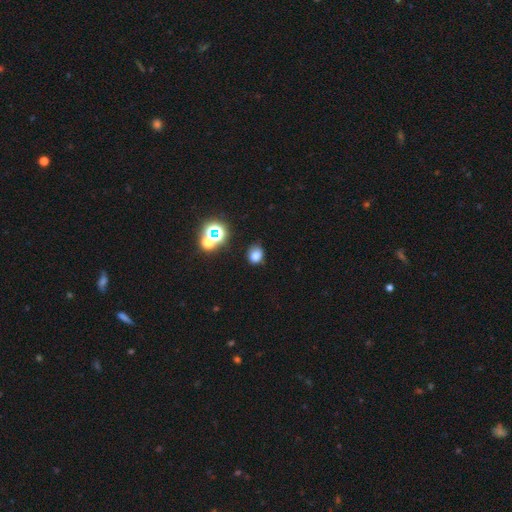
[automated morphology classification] smooth 75%, star or artifact 18%, featured or disk 8%. Down the decision tree: how rounded — round (53%); merging — none (75%).